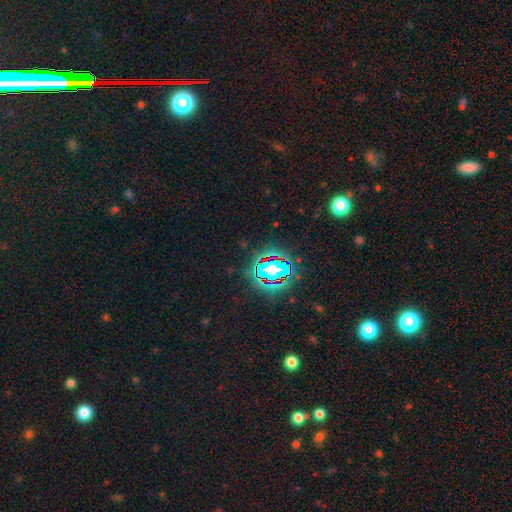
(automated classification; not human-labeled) Smooth or featured? star or artifact (79%)